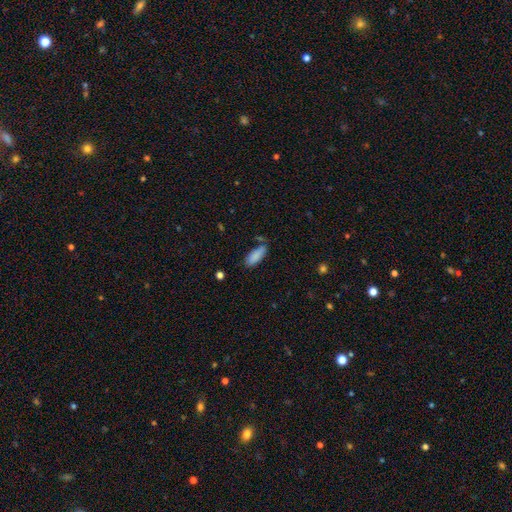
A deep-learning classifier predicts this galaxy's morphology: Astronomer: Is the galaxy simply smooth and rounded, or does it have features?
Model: smooth — 88%.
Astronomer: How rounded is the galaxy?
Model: in between — 73%.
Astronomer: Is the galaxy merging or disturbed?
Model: none — 72%.